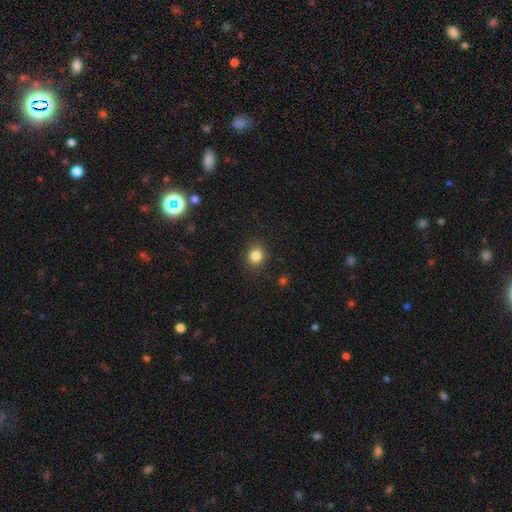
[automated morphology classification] The model was most divided on "how rounded": round: 81%, in between: 19%, cigar-shaped: 1%. More confident: merging — none (88%); smooth or featured — smooth (84%).